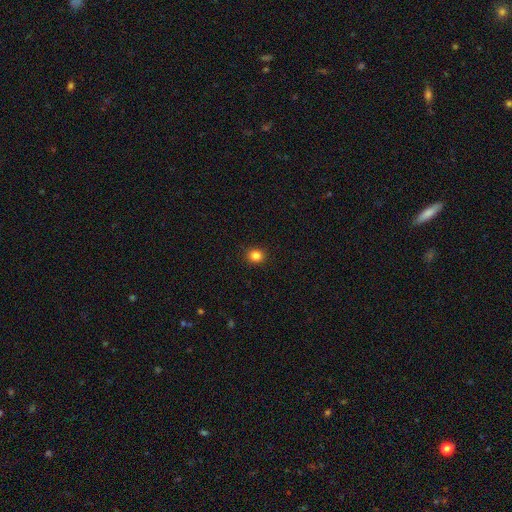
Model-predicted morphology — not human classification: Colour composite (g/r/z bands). It shows a smooth galaxy with no disk features (84%) that is round (85%). Merging: none (91%).